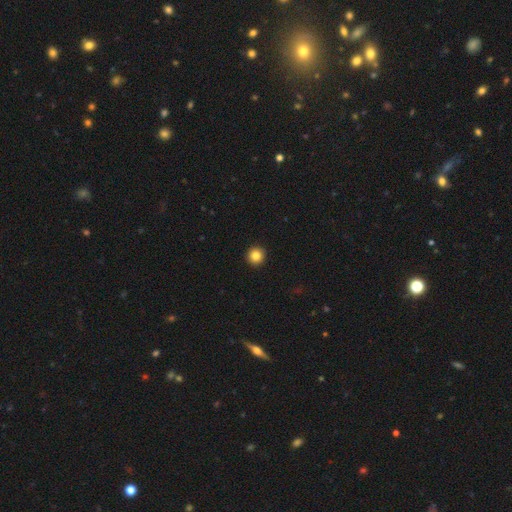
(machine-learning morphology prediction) Smooth or featured? Predicted: smooth (p=0.85). How rounded? Predicted: round (p=0.96). Merging? Predicted: none (p=0.94).